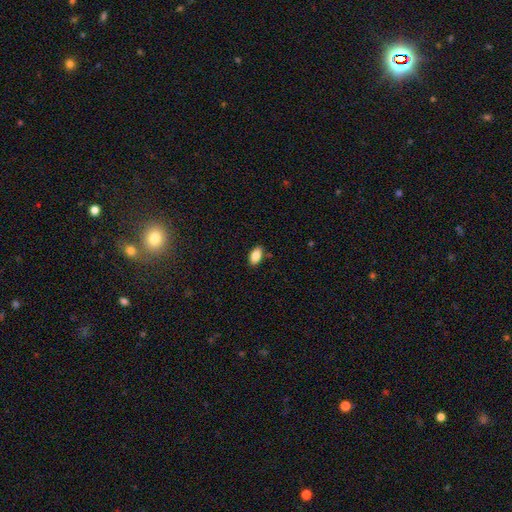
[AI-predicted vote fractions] Q: Smooth or featured?
A: smooth (85%); runner-up: star or artifact (8%)
Q: How rounded?
A: in between (92%); runner-up: round (5%)
Q: Merging?
A: none (85%); runner-up: minor disturbance (11%)